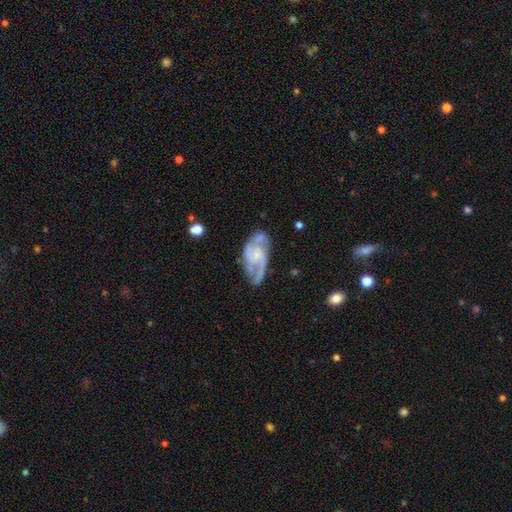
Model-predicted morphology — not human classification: smooth-or-featured: featured or disk: 84% | smooth: 11% | star or artifact: 5%
  disk-edge-on: no: 97% | yes: 3%
    bar: no: 59% | weak: 34% | strong: 7%
    has-spiral-arms: yes: 93% | no: 7%
      spiral-winding: medium: 52% | tight: 25% | loose: 23%
      spiral-arm-count: 2: 63% | 3: 16% | can't tell: 12% | 1: 4% | 4: 3% | more than 4: 2%
    bulge-size: small: 50% | moderate: 25% | none: 21% | large: 3% | dominant: 1%
  merging: none: 56% | minor disturbance: 24% | major disturbance: 15% | merger: 5%